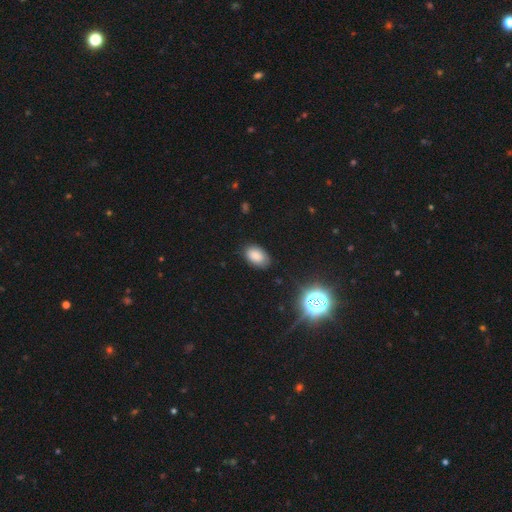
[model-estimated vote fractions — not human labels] Overall: smooth (84%). How rounded: in between (91%). Merging: none (81%).